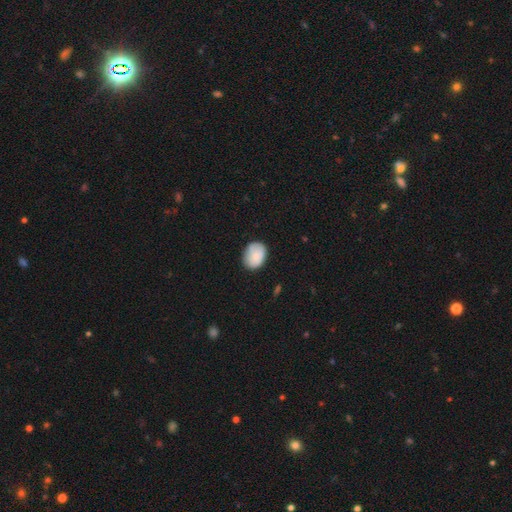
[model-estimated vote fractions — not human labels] Smooth or featured? Predicted: smooth (p=0.82). How rounded? Predicted: in between (p=0.68). Merging? Predicted: none (p=0.73).